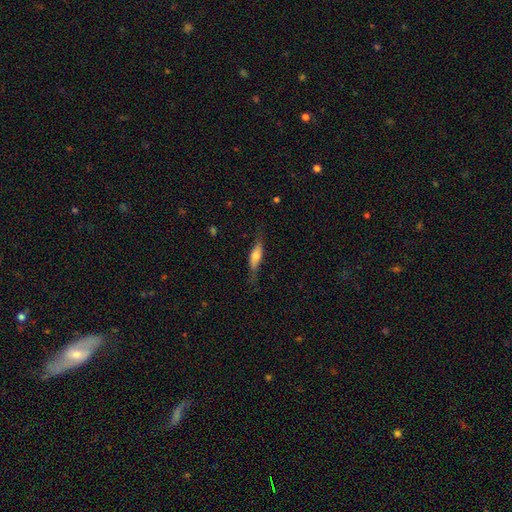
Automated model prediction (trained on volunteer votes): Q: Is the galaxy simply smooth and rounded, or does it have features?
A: smooth — 56%.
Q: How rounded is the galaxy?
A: cigar-shaped — 53%.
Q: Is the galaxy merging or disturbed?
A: none — 66%.